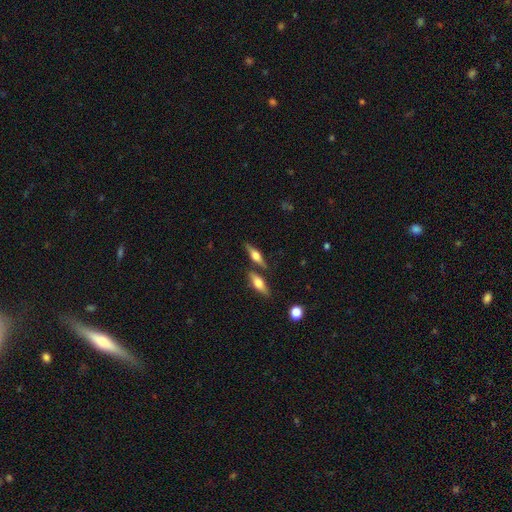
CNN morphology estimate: smooth-or-featured: featured or disk: 66% | smooth: 27% | star or artifact: 7%
  disk-edge-on: yes: 96% | no: 4%
    edge-on-bulge: rounded: 90% | boxy: 8% | none: 2%
  merging: none: 75% | merger: 12% | minor disturbance: 10% | major disturbance: 3%